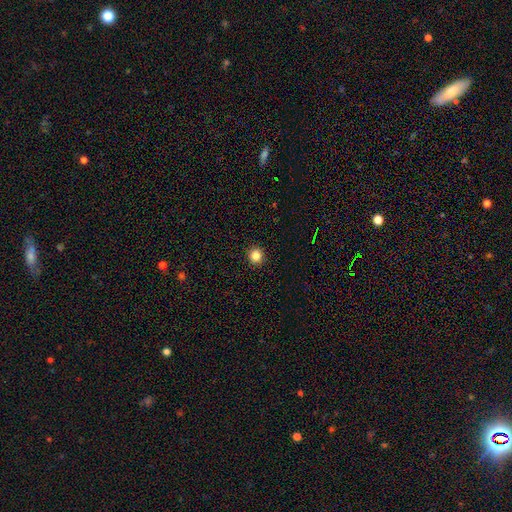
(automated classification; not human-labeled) Smooth or featured? smooth (85%)
How rounded? round (93%)
Merging? none (93%)